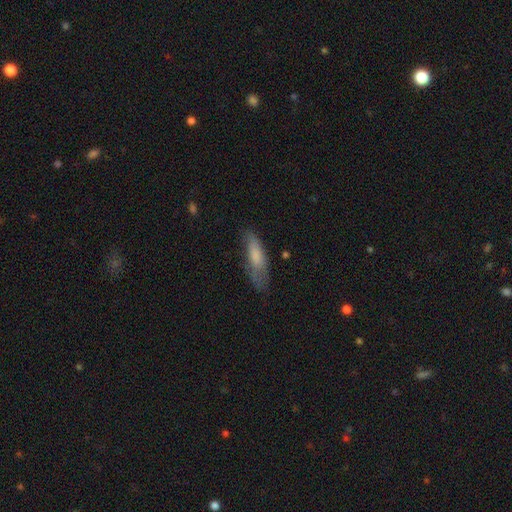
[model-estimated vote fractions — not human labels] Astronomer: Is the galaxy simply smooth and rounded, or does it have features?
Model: smooth — 72%.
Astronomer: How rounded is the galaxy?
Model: cigar-shaped — 53% (runner-up: in between, 45%).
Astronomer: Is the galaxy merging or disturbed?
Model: none — 55%.